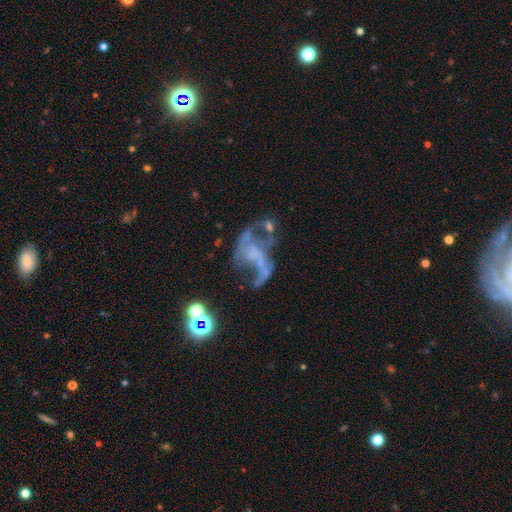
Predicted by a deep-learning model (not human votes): smooth_or_featured: featured or disk (p=0.72) [alt: star or artifact p=0.18]
disk_edge_on: no (p=0.97) [alt: yes p=0.03]
bar: no (p=0.63) [alt: weak p=0.25]
has_spiral_arms: yes (p=0.69) [alt: no p=0.31]
bulge_size: none (p=0.65) [alt: small p=0.22]
merging: major disturbance (p=0.36) [alt: none p=0.35]